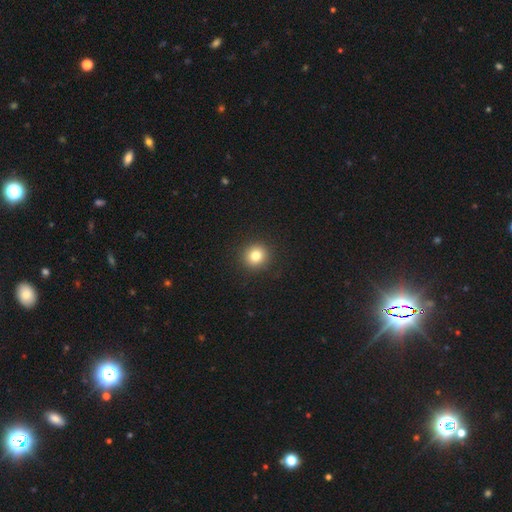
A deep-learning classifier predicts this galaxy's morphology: Q: Smooth or featured?
A: smooth (82%); runner-up: star or artifact (11%)
Q: How rounded?
A: round (92%); runner-up: in between (8%)
Q: Merging?
A: none (92%); runner-up: minor disturbance (5%)